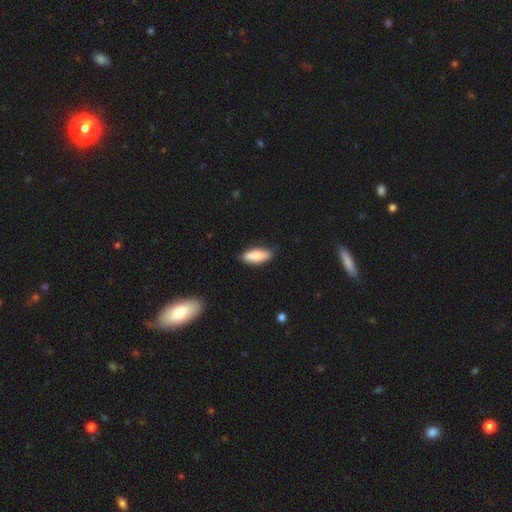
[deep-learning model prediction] smooth 85%, featured or disk 9%, star or artifact 6%. Down the decision tree: how rounded — in between (64%); merging — none (83%).